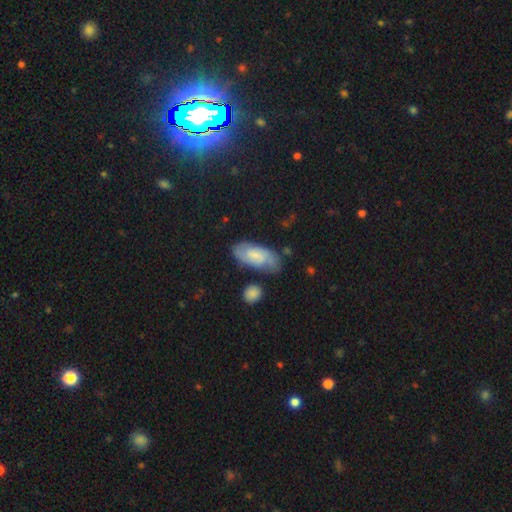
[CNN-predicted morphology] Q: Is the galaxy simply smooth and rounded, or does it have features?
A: featured or disk — 55%.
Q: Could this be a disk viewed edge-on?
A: no — 93%.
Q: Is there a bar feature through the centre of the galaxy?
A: weak — 47%.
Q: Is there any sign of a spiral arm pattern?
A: yes — 91%.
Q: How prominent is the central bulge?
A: small — 48%.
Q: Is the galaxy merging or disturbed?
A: none — 69%.